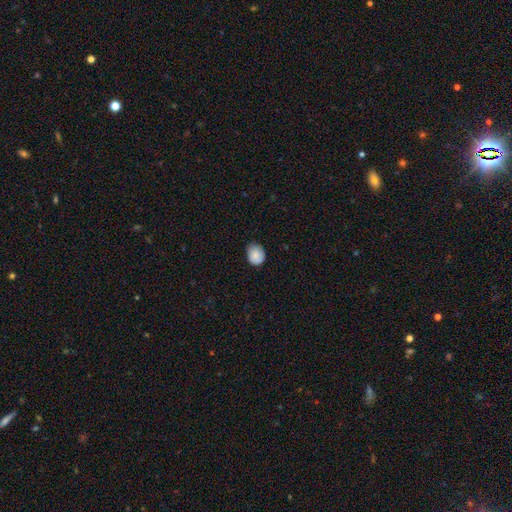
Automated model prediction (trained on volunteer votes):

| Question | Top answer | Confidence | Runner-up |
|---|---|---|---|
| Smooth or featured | smooth | 84% | featured or disk (8%) |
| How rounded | round | 58% | in between (41%) |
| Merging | none | 70% | minor disturbance (26%) |